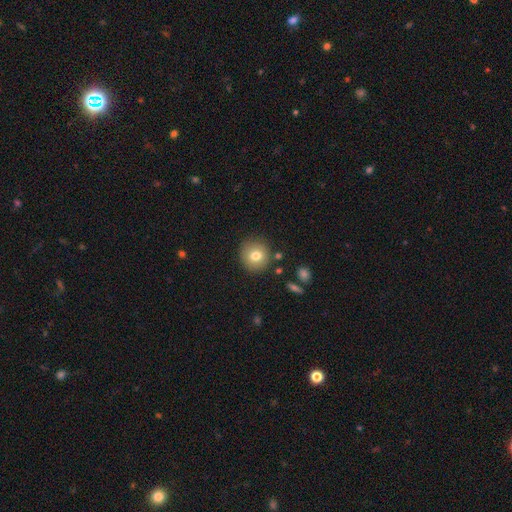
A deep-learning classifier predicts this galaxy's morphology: Smooth or featured?
  - smooth: 76% *
  - featured or disk: 13%
  - star or artifact: 10%
How rounded?
  - round: 91% *
  - in between: 8%
  - cigar-shaped: 1%
Merging?
  - none: 86% *
  - minor disturbance: 9%
  - merger: 3%
  - major disturbance: 3%